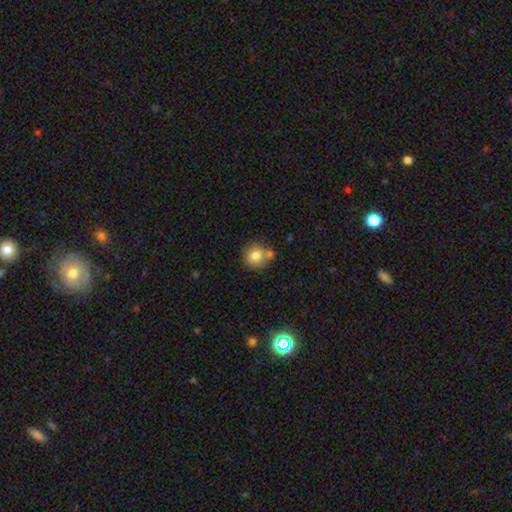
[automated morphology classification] Smooth or featured: smooth — 80% (featured or disk — 10%)
How rounded: round — 88% (in between — 11%)
Merging: none — 65% (merger — 18%)